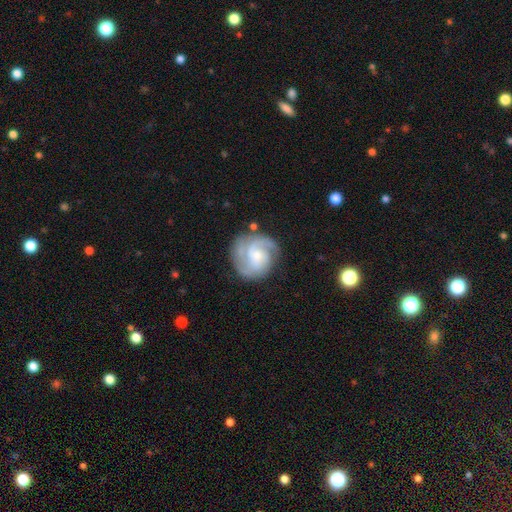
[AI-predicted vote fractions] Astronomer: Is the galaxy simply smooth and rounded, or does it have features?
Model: featured or disk — 85%.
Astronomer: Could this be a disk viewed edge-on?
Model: no — 98%.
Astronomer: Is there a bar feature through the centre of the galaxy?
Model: no — 63%.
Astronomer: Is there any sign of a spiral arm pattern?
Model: yes — 97%.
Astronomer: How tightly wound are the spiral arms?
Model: tight — 48% (runner-up: medium, 43%).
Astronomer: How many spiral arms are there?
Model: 3 — 44% (runner-up: 2, 29%).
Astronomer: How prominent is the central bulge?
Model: small — 64%.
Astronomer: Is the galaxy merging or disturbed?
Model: none — 74%.